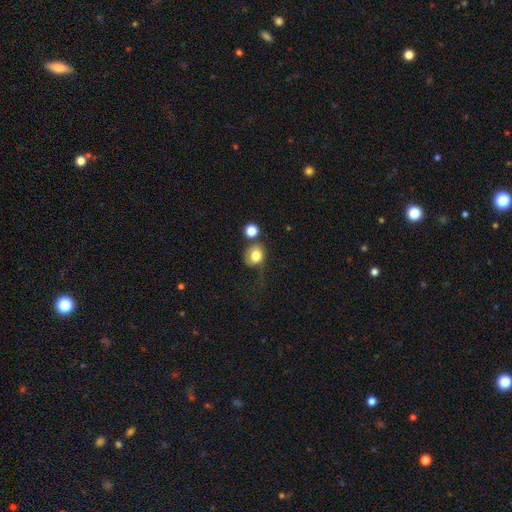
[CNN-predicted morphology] Smooth or featured? Predicted: smooth (p=0.79). How rounded? Predicted: round (p=0.70). Merging? Predicted: none (p=0.44).